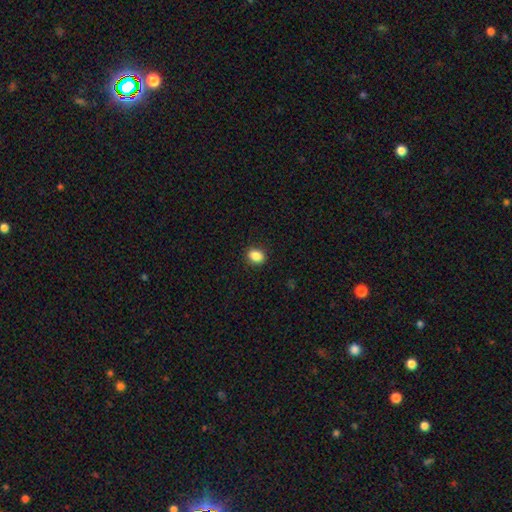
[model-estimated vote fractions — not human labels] Q: Smooth or featured?
A: smooth (87%); runner-up: star or artifact (9%)
Q: How rounded?
A: in between (59%); runner-up: round (40%)
Q: Merging?
A: none (90%); runner-up: minor disturbance (7%)